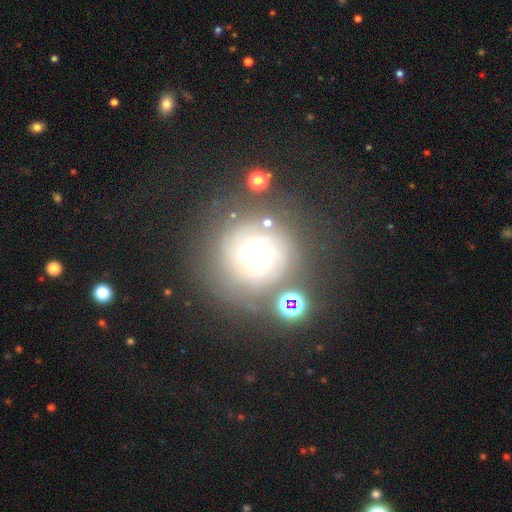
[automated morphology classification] The model was most divided on "bulge size": moderate: 57%, large: 26%, small: 11%, dominant: 4%, none: 2%. More confident: edge-on disk — no (97%); spiral arms — yes (83%); bar — no (76%); merging — none (67%); smooth or featured — featured or disk (61%).